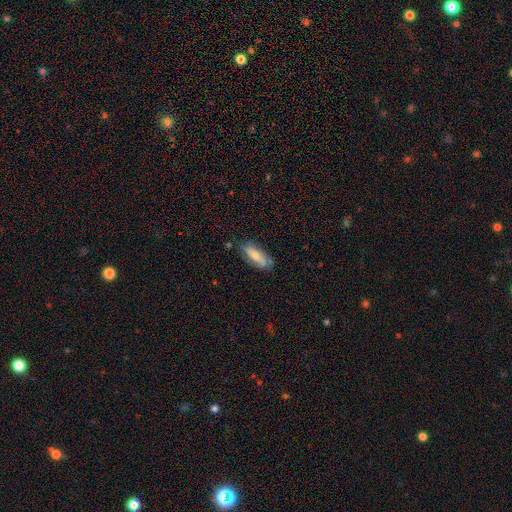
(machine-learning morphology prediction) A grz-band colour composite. It shows a smooth galaxy with no disk features (54%) that is in between round and cigar-shaped (61%). Merging: none (72%).